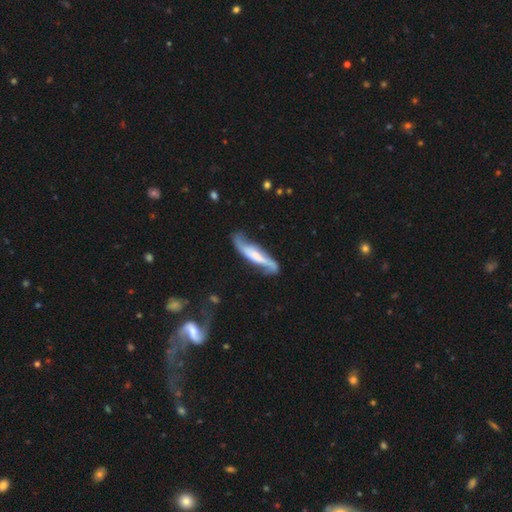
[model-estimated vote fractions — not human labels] A featured or disk galaxy (70%). Merging: none (63%).